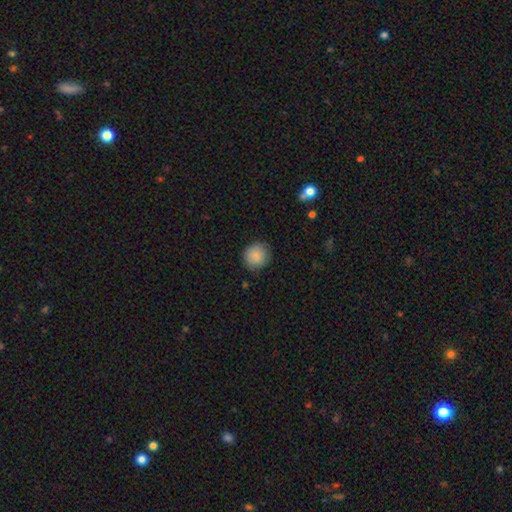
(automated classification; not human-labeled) The model was most divided on "merging": none: 85%, minor disturbance: 11%, major disturbance: 2%, merger: 1%. More confident: how rounded — round (90%); smooth or featured — smooth (88%).